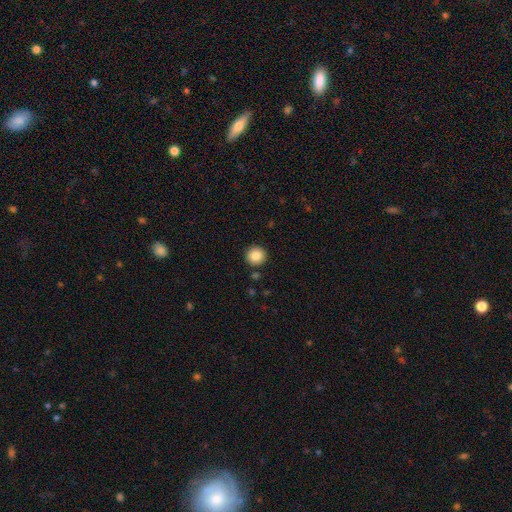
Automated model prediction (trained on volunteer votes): Smooth or featured? Predicted: smooth (p=0.86). How rounded? Predicted: round (p=0.94). Merging? Predicted: none (p=0.90).